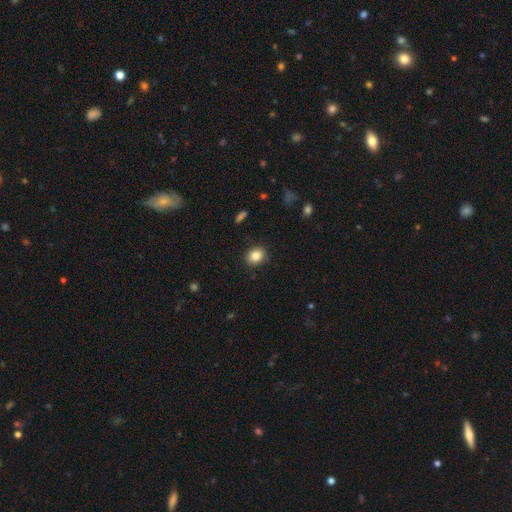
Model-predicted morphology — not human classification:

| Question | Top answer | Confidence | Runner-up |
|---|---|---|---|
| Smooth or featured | smooth | 85% | star or artifact (9%) |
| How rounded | round | 57% | in between (42%) |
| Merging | none | 88% | minor disturbance (9%) |